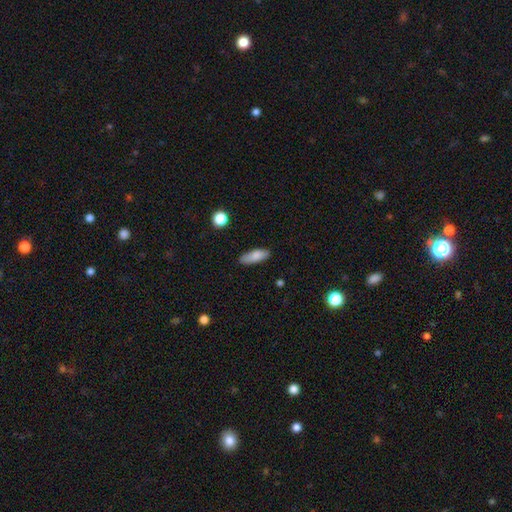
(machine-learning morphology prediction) A smooth galaxy with no disk features (82%) that is in between round and cigar-shaped (68%). Merging: none (82%).